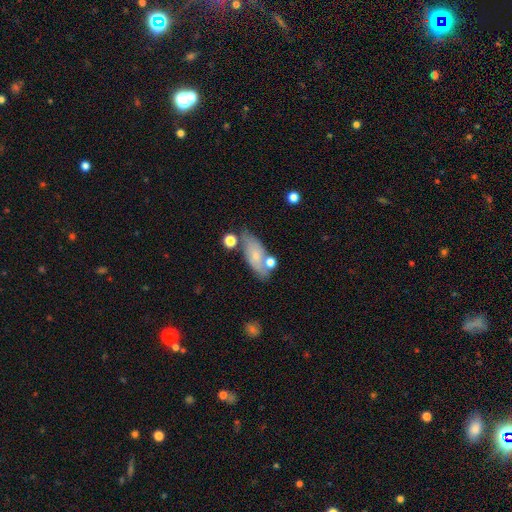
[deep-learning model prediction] Smooth or featured?
  - smooth: 56% *
  - featured or disk: 36%
  - star or artifact: 8%
How rounded?
  - in between: 80% *
  - cigar-shaped: 15%
  - round: 5%
Merging?
  - none: 60% *
  - minor disturbance: 21%
  - merger: 13%
  - major disturbance: 7%